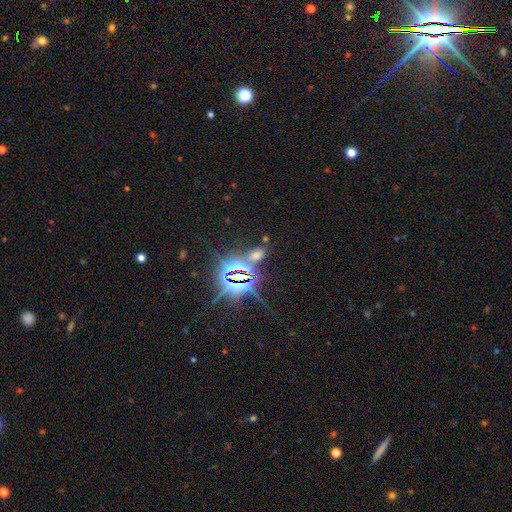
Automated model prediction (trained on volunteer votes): Smooth or featured?
  - star or artifact: 54% *
  - smooth: 38%
  - featured or disk: 9%